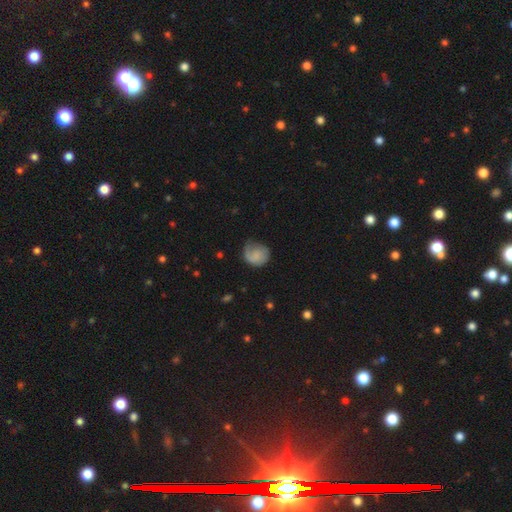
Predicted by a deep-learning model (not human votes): smooth 66%, featured or disk 27%, star or artifact 8%. Down the decision tree: how rounded — round (79%); merging — none (49%).